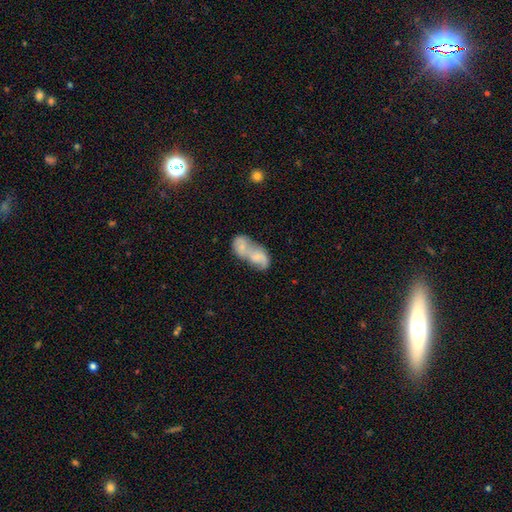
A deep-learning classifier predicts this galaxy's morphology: smooth_or_featured: smooth (p=0.49) [alt: featured or disk p=0.42]
merging: merger (p=0.74) [alt: none p=0.13]